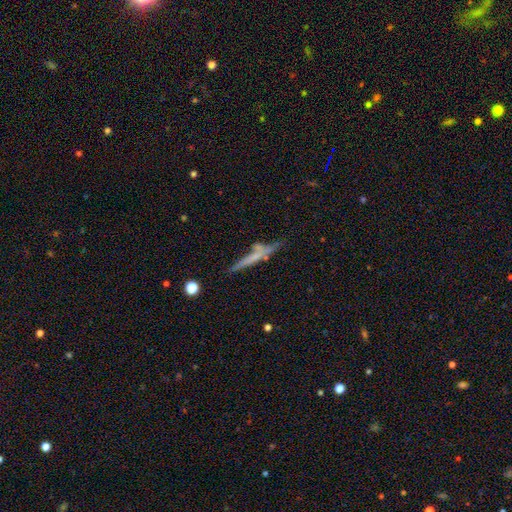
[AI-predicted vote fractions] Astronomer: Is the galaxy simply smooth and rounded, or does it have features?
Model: featured or disk — 48% (runner-up: smooth, 43%).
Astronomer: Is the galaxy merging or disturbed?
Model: none — 60%.